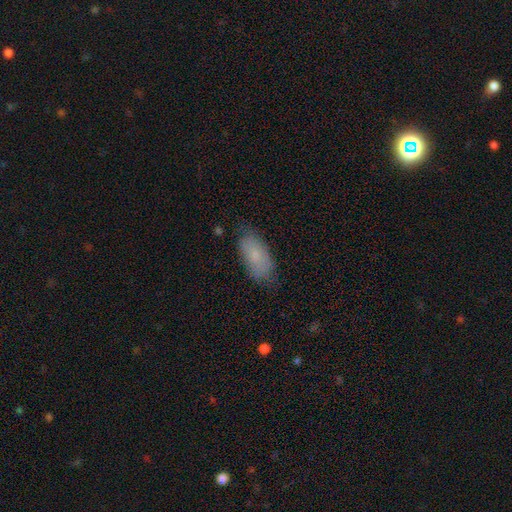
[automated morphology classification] This is likely a smooth galaxy (76%). How rounded: clearly in between (89%). Merging: likely none (73%).